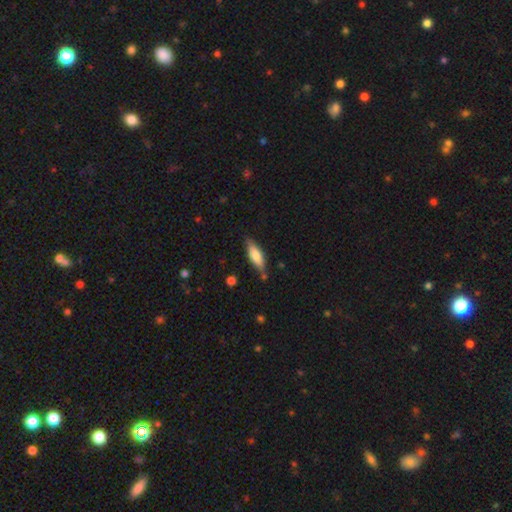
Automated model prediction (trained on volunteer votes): smooth-or-featured: smooth: 71% | featured or disk: 23% | star or artifact: 6%
  how-rounded: in between: 51% | cigar-shaped: 47% | round: 2%
  merging: none: 77% | minor disturbance: 16% | merger: 3% | major disturbance: 3%